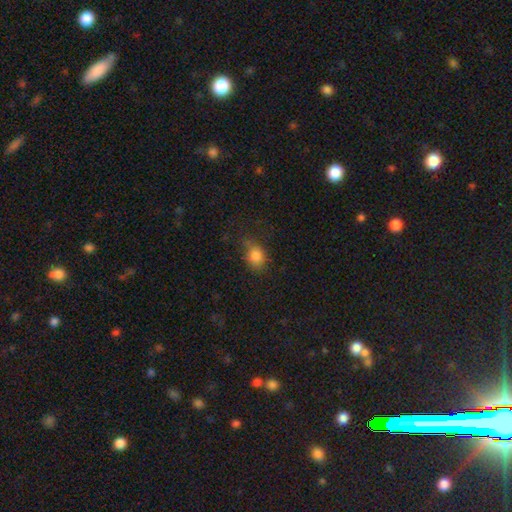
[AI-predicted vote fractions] A smooth galaxy with no disk features (82%) that is in between round and cigar-shaped (60%). Merging: none (66%).